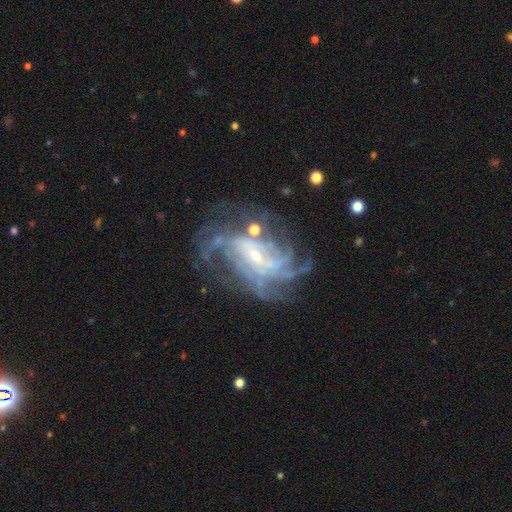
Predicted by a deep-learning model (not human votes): The model was most divided on "bar" (2-way tie): weak: 41%, no: 41%, strong: 19%. Remaining: edge-on disk — no (97%); spiral arms — yes (96%); smooth or featured — featured or disk (87%); bulge size — small (78%); merging — none (60%); spiral winding — tight (43%); spiral arm count — 4 (31%).